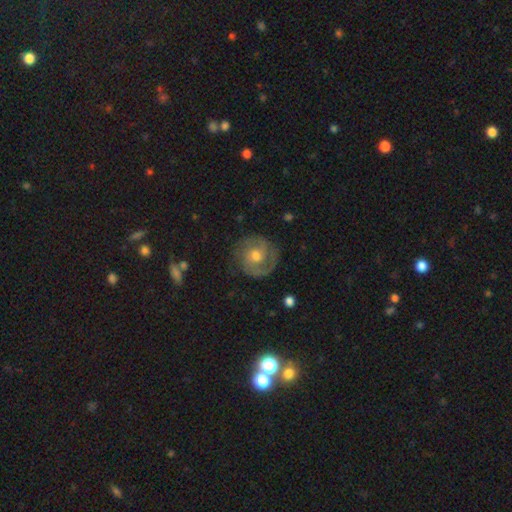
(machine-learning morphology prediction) Smooth or featured?
  - featured or disk: 68% *
  - smooth: 25%
  - star or artifact: 7%
Edge-on disk?
  - no: 97% *
  - yes: 3%
Bar?
  - no: 68% *
  - weak: 26%
  - strong: 5%
Spiral arms?
  - yes: 85% *
  - no: 15%
Spiral winding?
  - tight: 48% *
  - medium: 38%
  - loose: 14%
Spiral arm count?
  - 2: 59% *
  - can't tell: 18%
  - 1: 11%
  - 3: 7%
  - 4: 2%
  - more than 4: 2%
Bulge size?
  - moderate: 70% *
  - small: 22%
  - large: 5%
  - none: 1%
  - dominant: 1%
Merging?
  - none: 76% *
  - minor disturbance: 15%
  - major disturbance: 7%
  - merger: 1%